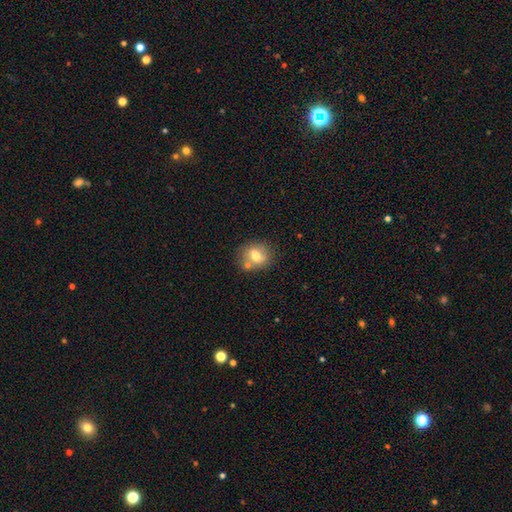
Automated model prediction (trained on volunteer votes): This is likely a smooth galaxy (64%). How rounded: likely round (65%). Merging: likely none (62%).